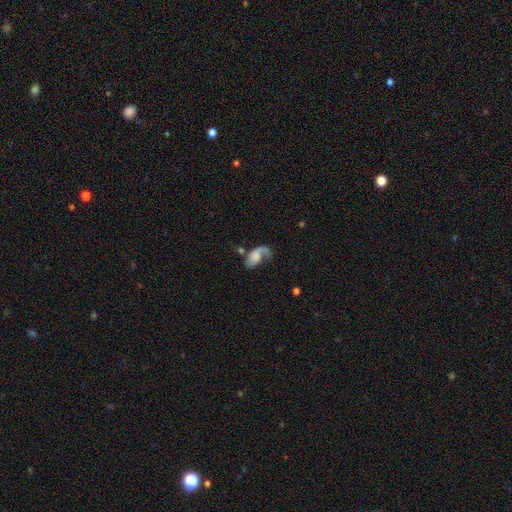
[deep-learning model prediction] A featured or disk galaxy (49%). Merging: major disturbance (43%).